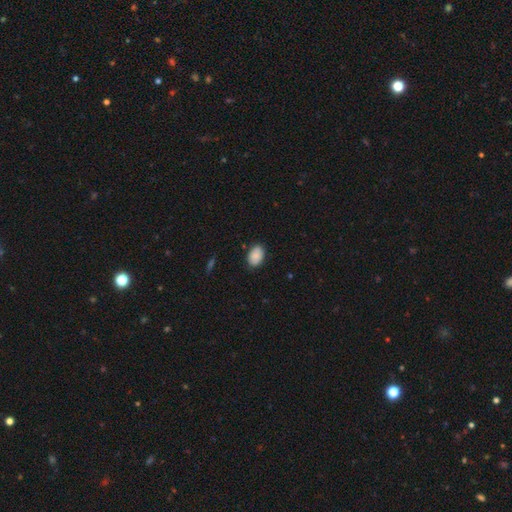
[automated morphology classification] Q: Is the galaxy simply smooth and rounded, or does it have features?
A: smooth — 87%.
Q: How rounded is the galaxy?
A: in between — 85%.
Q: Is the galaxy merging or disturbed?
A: none — 82%.